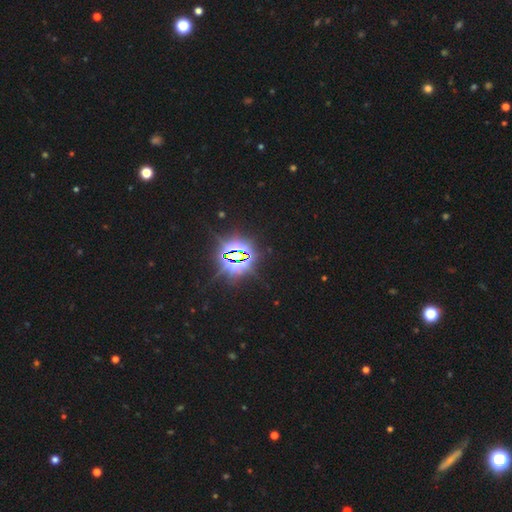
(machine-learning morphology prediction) The model was most divided on "smooth or featured": star or artifact: 85%, smooth: 9%, featured or disk: 6%.